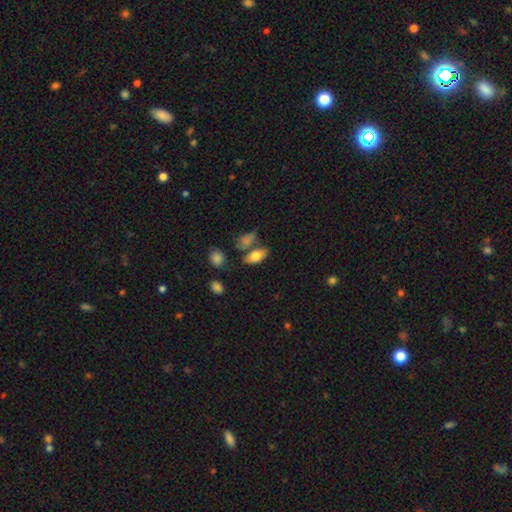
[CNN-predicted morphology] type=smooth (75%); roundness=in between (86%); merging=none (59%).